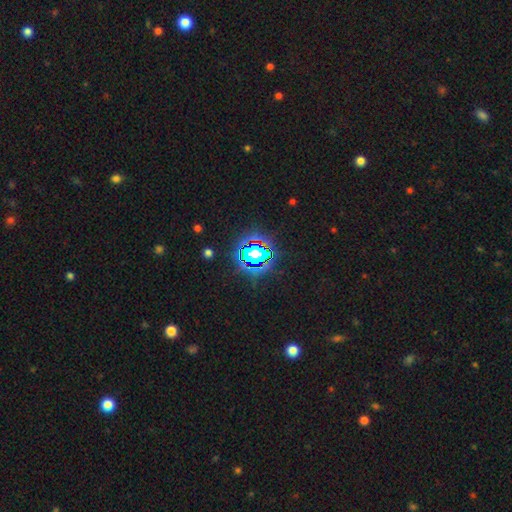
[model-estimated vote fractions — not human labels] A star or artifact, not a galaxy (80%).

Vote fractions:
- Smooth or featured? star or artifact: 80% / smooth: 12% / featured or disk: 7%